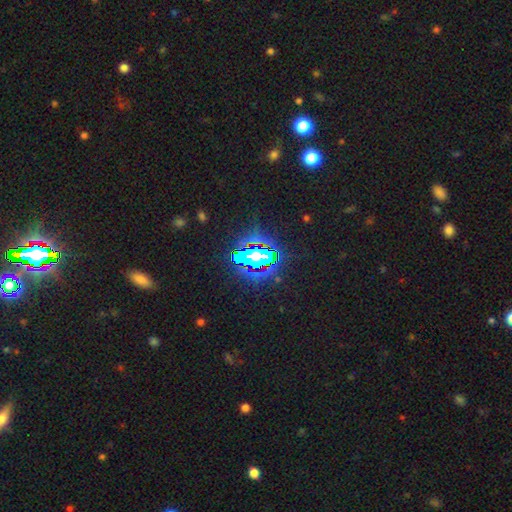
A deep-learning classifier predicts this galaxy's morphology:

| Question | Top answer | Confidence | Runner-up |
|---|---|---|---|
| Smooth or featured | star or artifact | 66% | smooth (19%) |